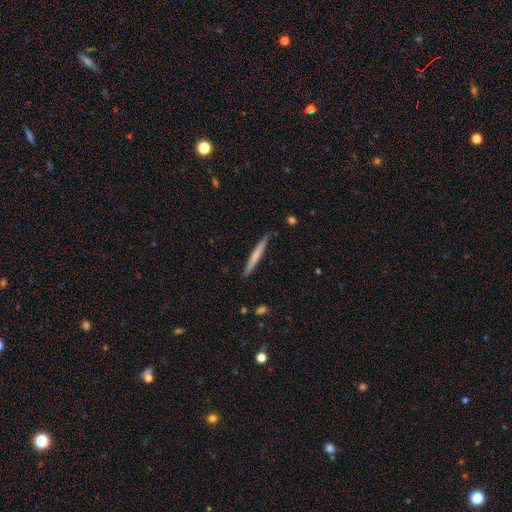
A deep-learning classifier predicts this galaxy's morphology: Q: Smooth or featured?
A: smooth (62%); runner-up: featured or disk (33%)
Q: How rounded?
A: cigar-shaped (97%); runner-up: in between (2%)
Q: Merging?
A: none (86%); runner-up: minor disturbance (11%)